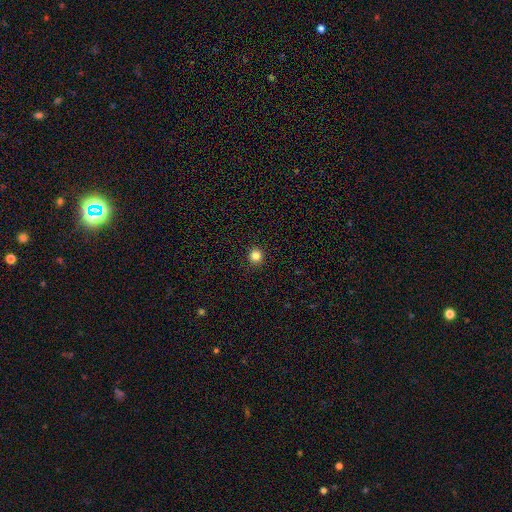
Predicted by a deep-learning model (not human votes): A smooth galaxy with no disk features (83%) that is round (95%). Merging: none (93%).